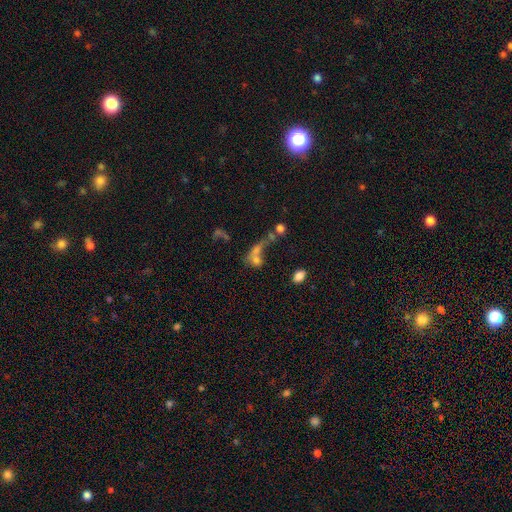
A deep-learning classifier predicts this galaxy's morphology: smooth_or_featured: smooth (p=0.56) [alt: featured or disk p=0.25]
how_rounded: in between (p=0.54) [alt: round p=0.36]
merging: merger (p=0.53) [alt: none p=0.21]